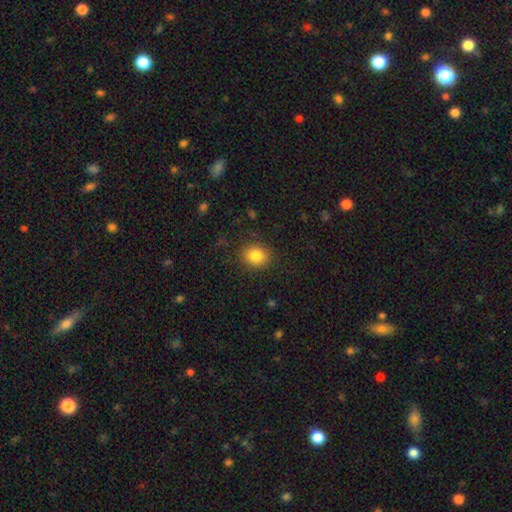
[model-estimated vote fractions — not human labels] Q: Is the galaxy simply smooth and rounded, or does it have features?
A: smooth — 84%.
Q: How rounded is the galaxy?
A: round — 66%.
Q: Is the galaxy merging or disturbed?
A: none — 86%.